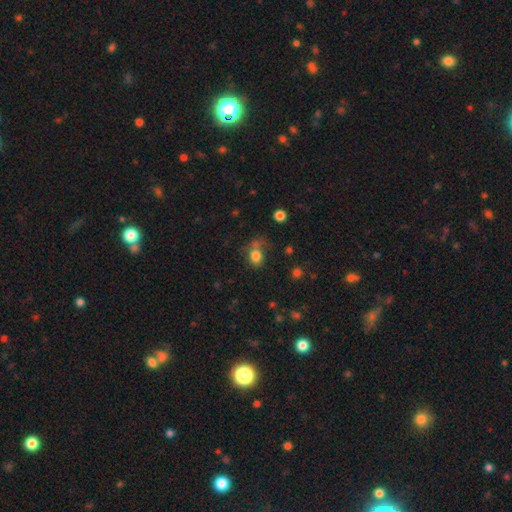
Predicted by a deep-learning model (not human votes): Smooth or featured? smooth (79%)
How rounded? round (54%)
Merging? none (53%)